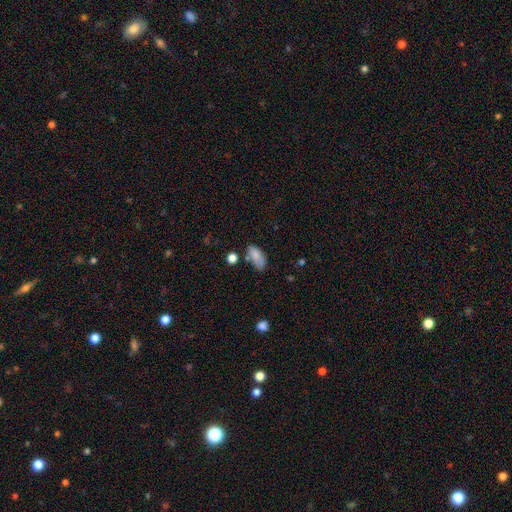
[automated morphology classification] The model was most divided on "merging": none: 56%, minor disturbance: 26%, merger: 10%, major disturbance: 8%. More confident: how rounded — in between (91%); smooth or featured — smooth (82%).